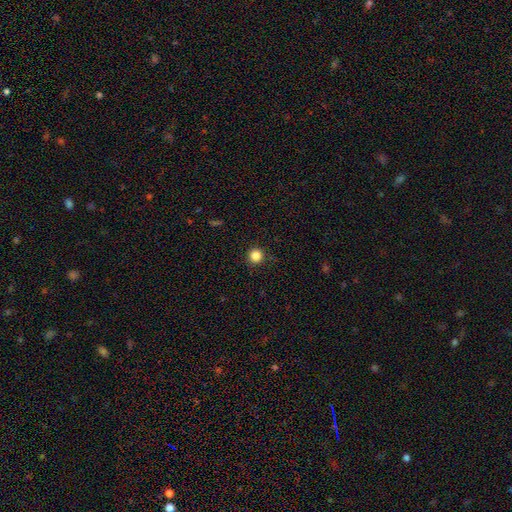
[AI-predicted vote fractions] The model was most divided on "smooth or featured": smooth: 84%, star or artifact: 12%, featured or disk: 4%. More confident: how rounded — round (95%); merging — none (92%).